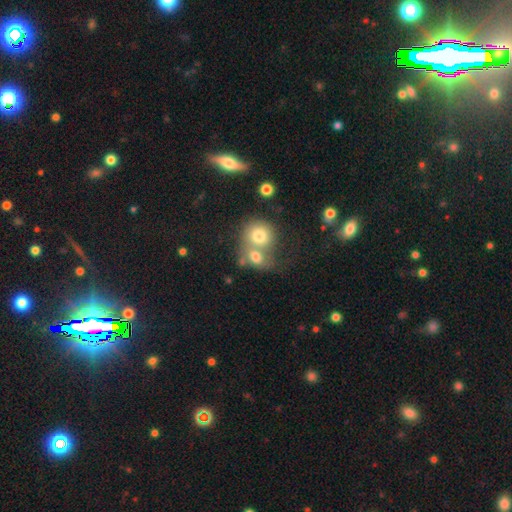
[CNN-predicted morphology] This appears to be a smooth galaxy with no disk features (68%) that is round (67%). Merging: merger (64%).